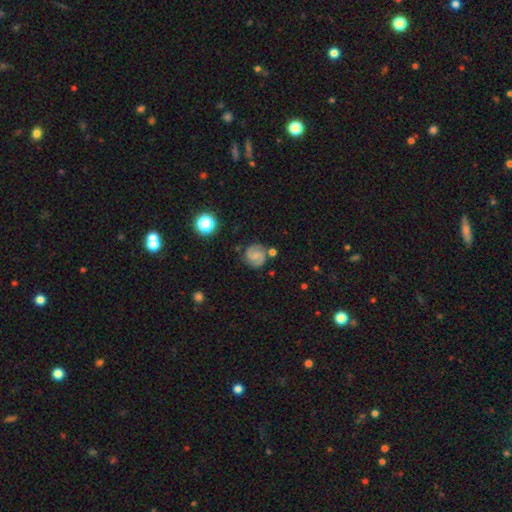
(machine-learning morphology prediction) A featured or disk galaxy (78%) with no bar (49%), 2 (89%) medium (48%) spiral arms (97%) and a small central bulge (49%).

Vote fractions:
- Smooth or featured? featured or disk: 78% / smooth: 14% / star or artifact: 8%
- Edge-on disk? no: 98% / yes: 2%
- Bar? no: 49% / weak: 41% / strong: 10%
- Spiral arms? yes: 97% / no: 3%
- Spiral winding? medium: 48% / tight: 42% / loose: 10%
- Spiral arm count? 2: 89% / can't tell: 4% / 3: 3% / 1: 2% / 4: 1% / more than 4: 1%
- Bulge size? small: 49% / none: 31% / moderate: 17% / large: 2% / dominant: 1%
- Merging? none: 76% / minor disturbance: 14% / merger: 6% / major disturbance: 5%